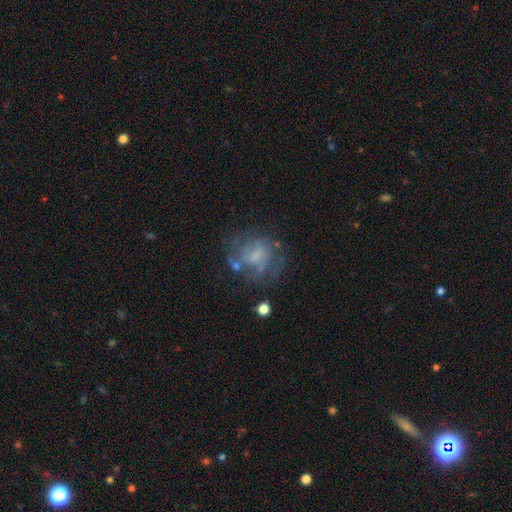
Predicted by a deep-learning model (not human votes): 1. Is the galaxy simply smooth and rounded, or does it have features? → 64% featured or disk, 23% smooth, 13% star or artifact.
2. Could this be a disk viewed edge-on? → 97% no, 3% yes.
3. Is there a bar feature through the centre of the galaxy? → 53% no, 39% weak, 8% strong.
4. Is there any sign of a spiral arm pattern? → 68% yes, 32% no.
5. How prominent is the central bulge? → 36% none, 33% small, 25% moderate, 5% large, 1% dominant.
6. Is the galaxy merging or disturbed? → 58% none, 18% major disturbance, 18% minor disturbance, 5% merger.